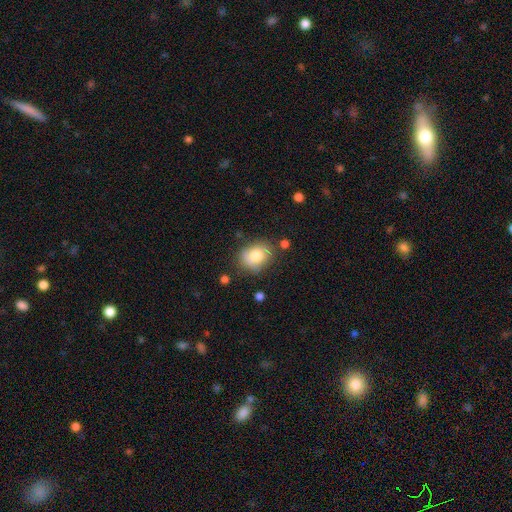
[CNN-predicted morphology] smooth_or_featured: smooth (p=0.79) [alt: featured or disk p=0.13]
how_rounded: in between (p=0.50) [alt: round p=0.49]
merging: none (p=0.74) [alt: minor disturbance p=0.18]